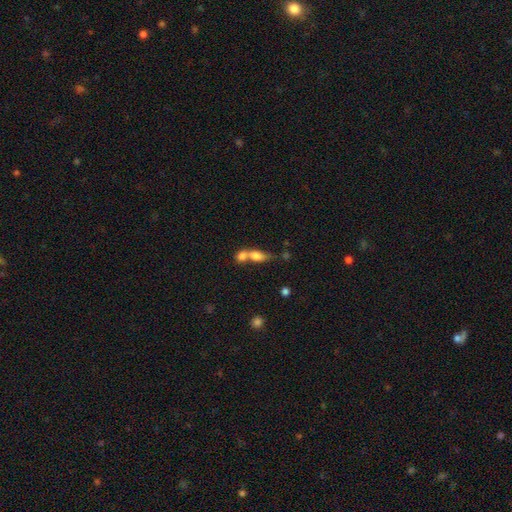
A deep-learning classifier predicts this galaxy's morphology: A smooth galaxy with no disk features (72%) that is in between round and cigar-shaped (65%).

Vote fractions:
- Smooth or featured? smooth: 72% / featured or disk: 19% / star or artifact: 9%
- How rounded? in between: 65% / round: 20% / cigar-shaped: 15%
- Merging? merger: 69% / none: 20% / minor disturbance: 7% / major disturbance: 4%